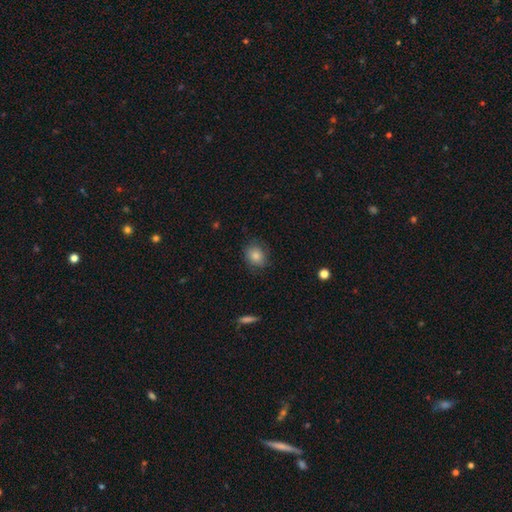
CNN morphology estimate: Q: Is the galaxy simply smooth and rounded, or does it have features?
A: smooth — 82%.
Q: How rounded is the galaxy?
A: round — 65%.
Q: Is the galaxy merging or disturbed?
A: none — 79%.